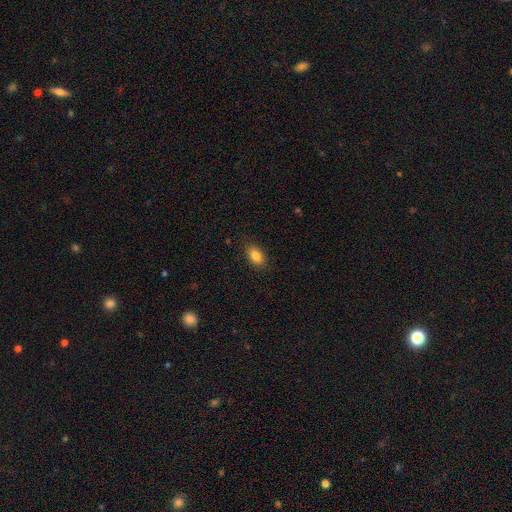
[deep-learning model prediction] Smooth or featured? Predicted: smooth (p=0.85). How rounded? Predicted: in between (p=0.88). Merging? Predicted: none (p=0.86).